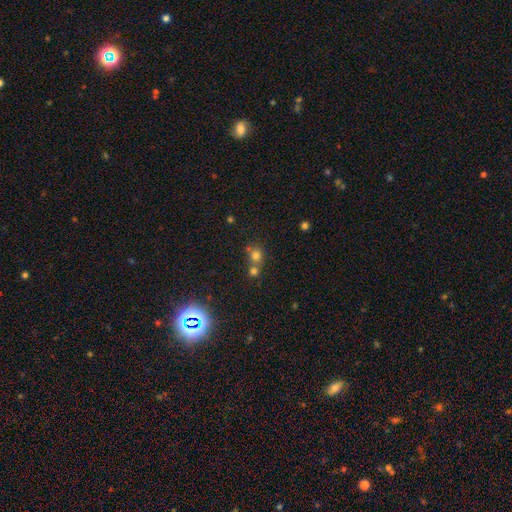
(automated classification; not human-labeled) smooth-or-featured: smooth: 72% | star or artifact: 19% | featured or disk: 9%
  how-rounded: round: 84% | in between: 15% | cigar-shaped: 1%
  merging: none: 46% | merger: 45% | minor disturbance: 6% | major disturbance: 3%